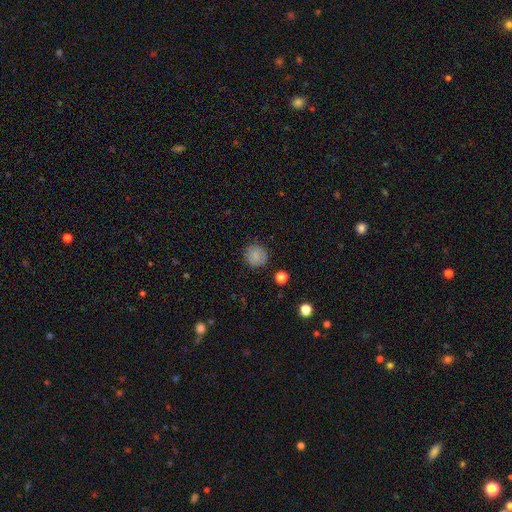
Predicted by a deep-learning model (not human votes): smooth-or-featured: smooth: 84% | star or artifact: 10% | featured or disk: 7%
  how-rounded: round: 93% | in between: 6% | cigar-shaped: 1%
  merging: none: 87% | minor disturbance: 9% | major disturbance: 3% | merger: 1%